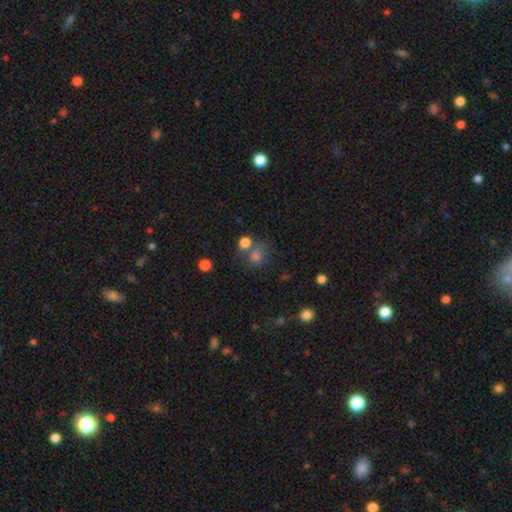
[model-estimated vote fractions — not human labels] A smooth galaxy with no disk features (66%) that is round (76%). Merging: none (58%).